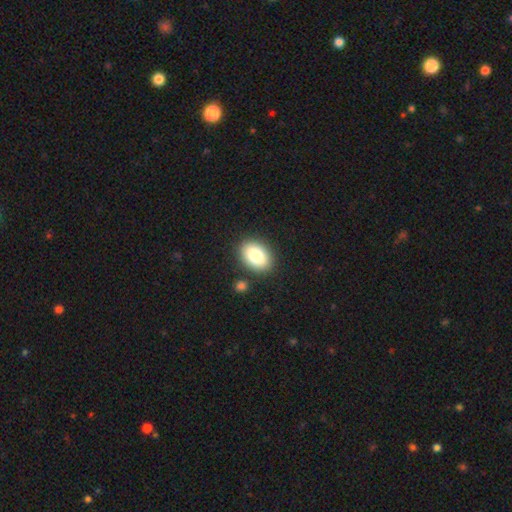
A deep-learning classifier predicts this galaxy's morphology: Smooth or featured: smooth — 83% (featured or disk — 9%)
How rounded: in between — 80% (round — 19%)
Merging: none — 85% (minor disturbance — 8%)